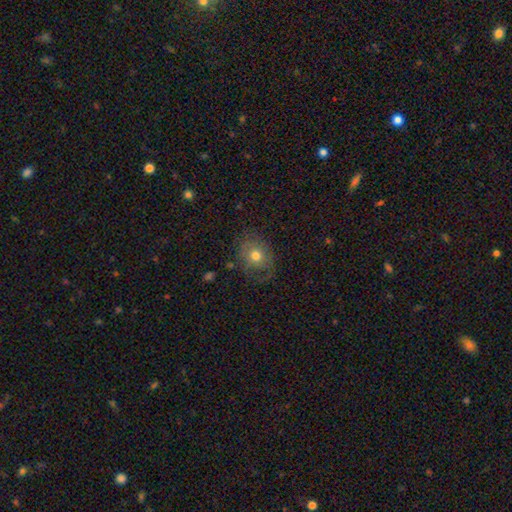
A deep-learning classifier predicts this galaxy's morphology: smooth-or-featured: smooth: 64% | featured or disk: 26% | star or artifact: 10%
  how-rounded: round: 50% | in between: 48% | cigar-shaped: 1%
  merging: none: 65% | minor disturbance: 22% | major disturbance: 12% | merger: 2%